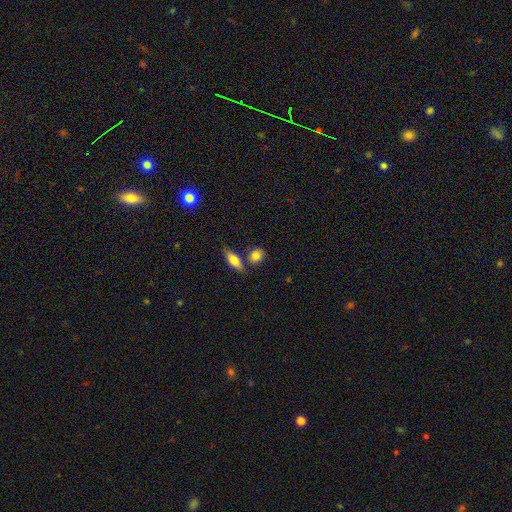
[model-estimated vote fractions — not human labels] This appears to be a smooth galaxy with no disk features (83%) that is in between round and cigar-shaped (48%). Merging: none (67%).